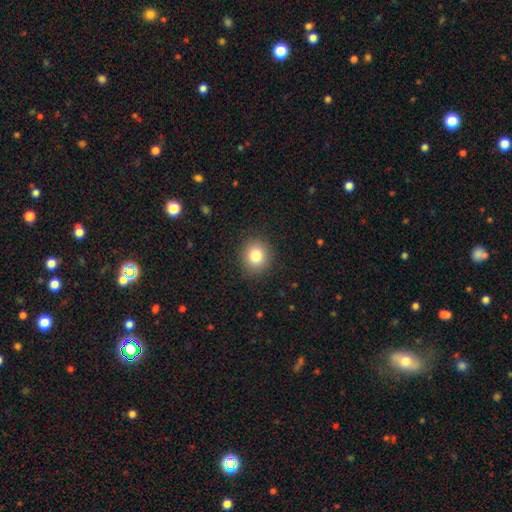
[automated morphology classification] Q: Smooth or featured?
A: smooth (82%); runner-up: star or artifact (11%)
Q: How rounded?
A: round (83%); runner-up: in between (16%)
Q: Merging?
A: none (90%); runner-up: minor disturbance (7%)